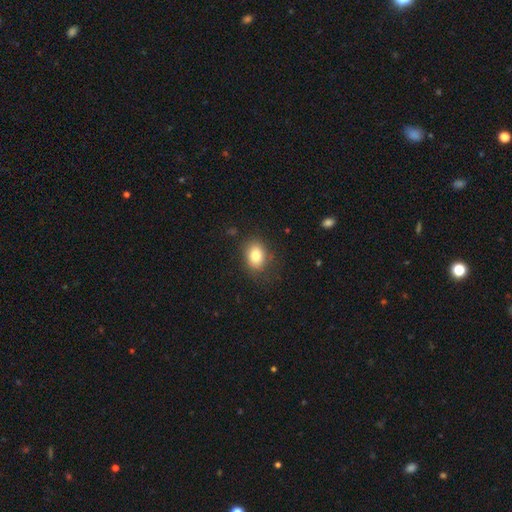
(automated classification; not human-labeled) Morphology: type=smooth (81%); roundness=in between (65%); merging=none (78%).